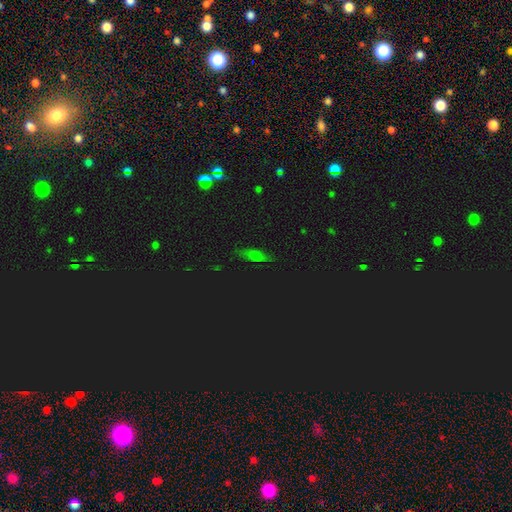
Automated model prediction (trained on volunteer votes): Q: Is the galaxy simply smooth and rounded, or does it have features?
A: smooth — 50%.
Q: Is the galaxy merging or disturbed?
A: none — 76%.